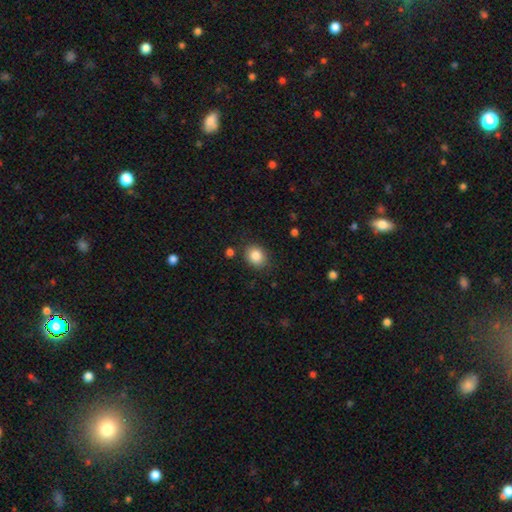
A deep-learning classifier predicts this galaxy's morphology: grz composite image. It shows a smooth galaxy with no disk features (85%) that is round (59%). Merging: none (83%).